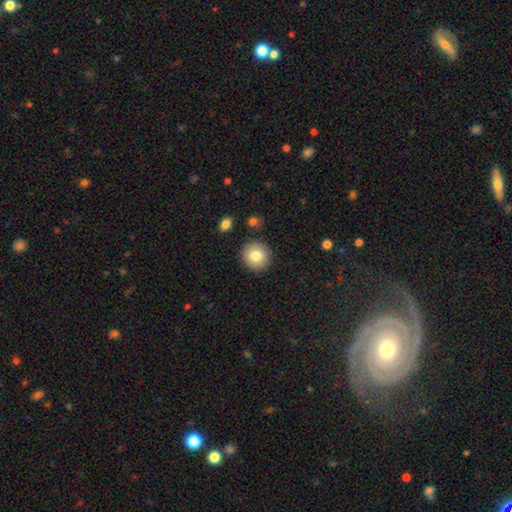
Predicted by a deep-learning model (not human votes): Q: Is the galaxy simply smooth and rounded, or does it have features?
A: smooth — 80%.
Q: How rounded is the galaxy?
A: round — 90%.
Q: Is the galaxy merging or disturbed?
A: none — 89%.